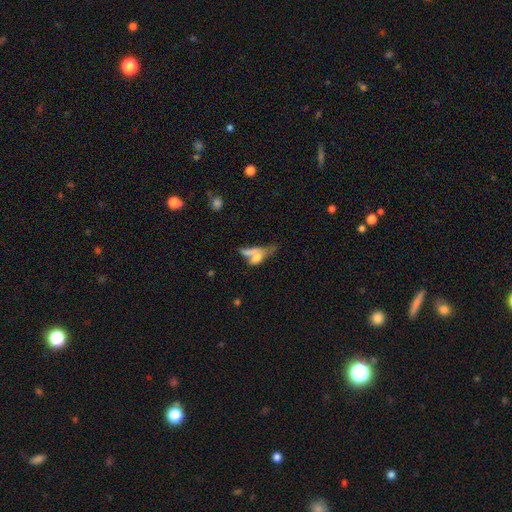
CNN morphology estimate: Smooth or featured: smooth — 55% (featured or disk — 34%)
How rounded: in between — 58% (cigar-shaped — 31%)
Merging: merger — 49% (none — 23%)